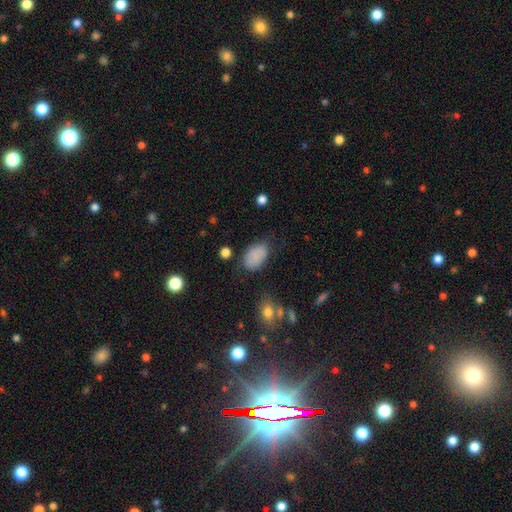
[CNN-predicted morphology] type=smooth (83%); roundness=in between (90%); merging=none (70%).